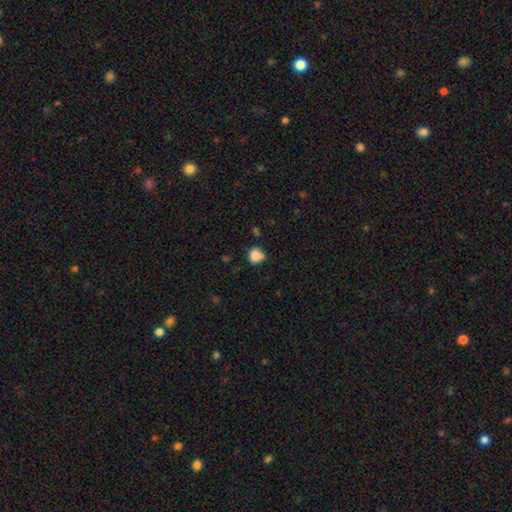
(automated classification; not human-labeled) smooth 85%, star or artifact 10%, featured or disk 6%. Down the decision tree: how rounded — round (75%); merging — none (60%).